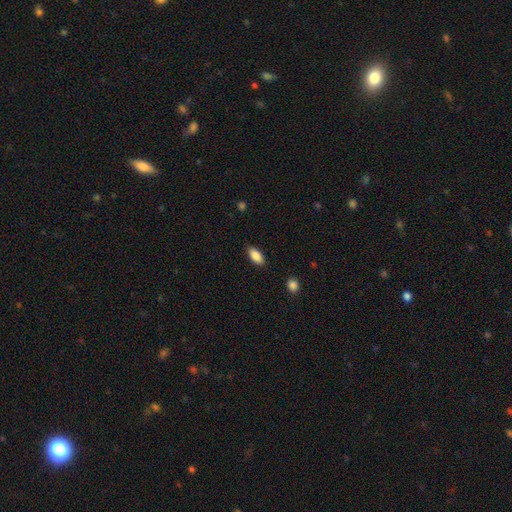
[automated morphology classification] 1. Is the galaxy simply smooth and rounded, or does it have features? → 87% smooth, 7% star or artifact, 6% featured or disk.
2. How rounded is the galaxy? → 87% in between, 10% cigar-shaped, 2% round.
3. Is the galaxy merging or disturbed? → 87% none, 10% minor disturbance, 2% major disturbance, 1% merger.